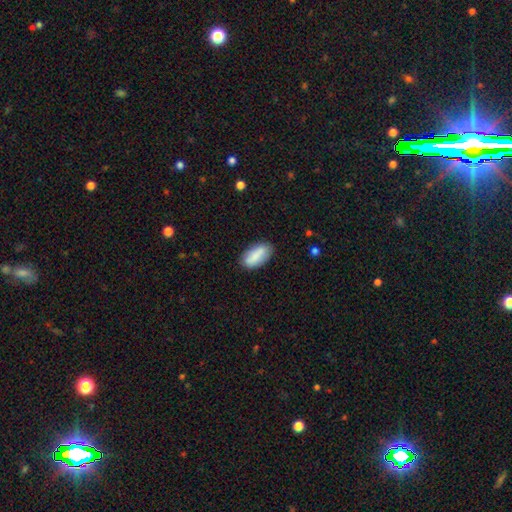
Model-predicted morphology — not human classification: Q: Smooth or featured?
A: smooth (80%); runner-up: featured or disk (13%)
Q: How rounded?
A: in between (87%); runner-up: cigar-shaped (10%)
Q: Merging?
A: none (81%); runner-up: minor disturbance (15%)